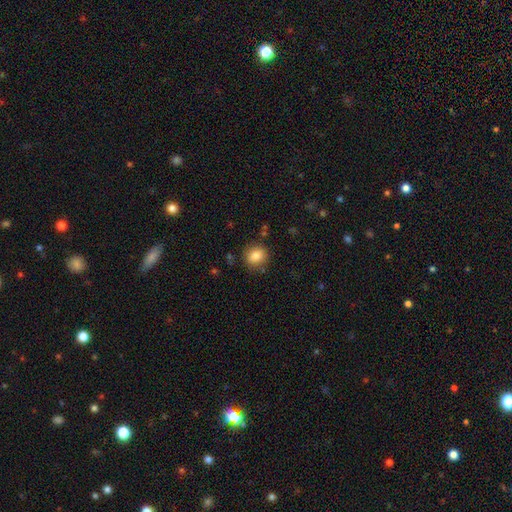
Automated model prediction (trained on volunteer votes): Overall: smooth (84%). How rounded: round (66%; in between 33%). Merging: none (83%).